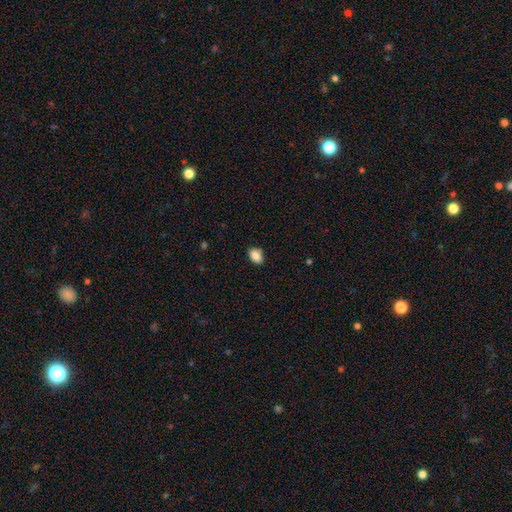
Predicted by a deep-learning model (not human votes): A smooth galaxy with no disk features (87%) that is in between round and cigar-shaped (81%). Merging: none (85%).